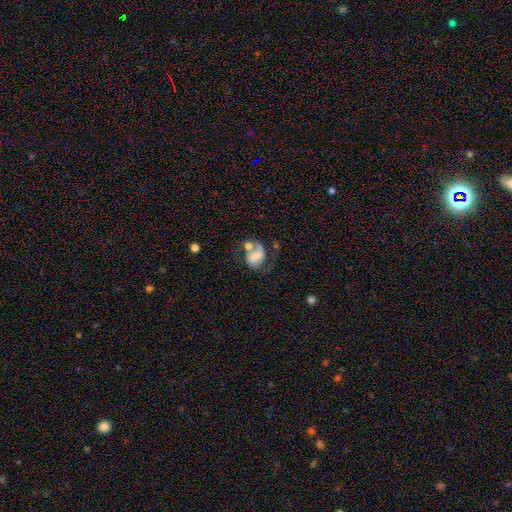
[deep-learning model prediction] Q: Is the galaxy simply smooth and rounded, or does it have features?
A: featured or disk — 52%.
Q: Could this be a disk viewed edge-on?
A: no — 97%.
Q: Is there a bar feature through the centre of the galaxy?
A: no — 47%.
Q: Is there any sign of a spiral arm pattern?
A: yes — 73%.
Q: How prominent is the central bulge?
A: small — 31%.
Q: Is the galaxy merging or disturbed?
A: merger — 31%.